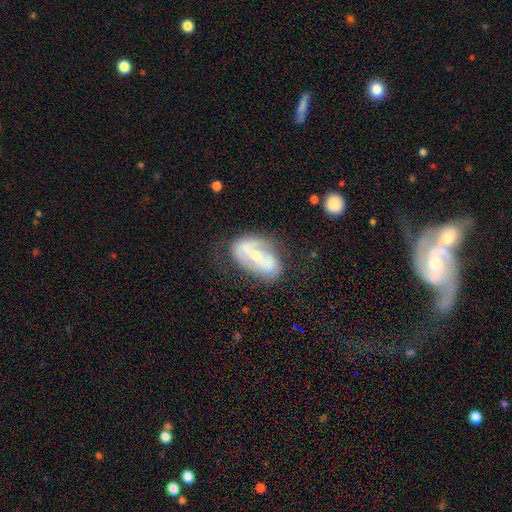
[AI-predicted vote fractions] Overall: featured or disk (73%). Edge-on disk: no (93%). Bar: strong (51%; weak 28%). Spiral arms: yes (65%; no 35%). Bulge size: moderate (50%; small 46%). Merging: none (61%; minor disturbance 24%).